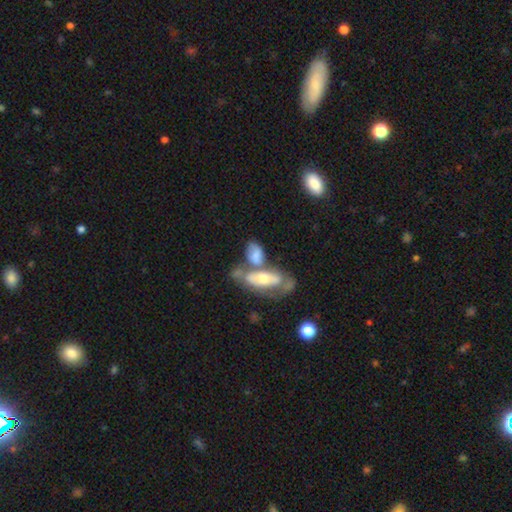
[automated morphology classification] This appears to be a smooth galaxy with no disk features (51%) that is in between round and cigar-shaped (85%). Merging: merger (52%).